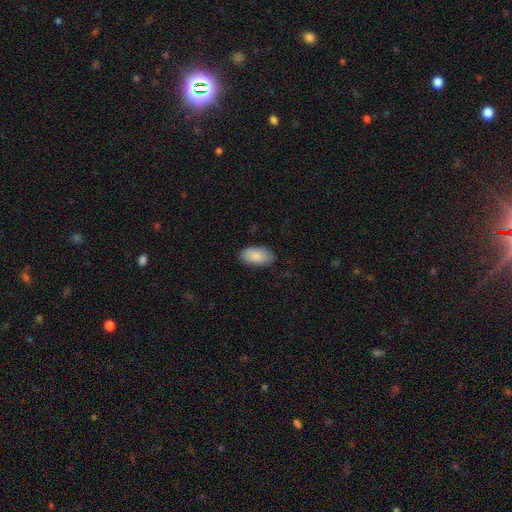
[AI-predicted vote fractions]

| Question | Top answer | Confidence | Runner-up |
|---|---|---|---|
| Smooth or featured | smooth | 87% | featured or disk (7%) |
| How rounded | in between | 95% | round (3%) |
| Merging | none | 84% | minor disturbance (12%) |